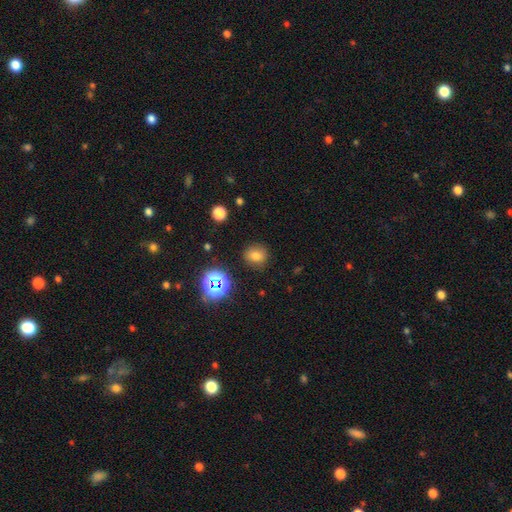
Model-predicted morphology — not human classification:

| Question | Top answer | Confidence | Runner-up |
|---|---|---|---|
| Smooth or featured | smooth | 72% | star or artifact (19%) |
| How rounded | round | 69% | in between (30%) |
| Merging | none | 85% | minor disturbance (10%) |